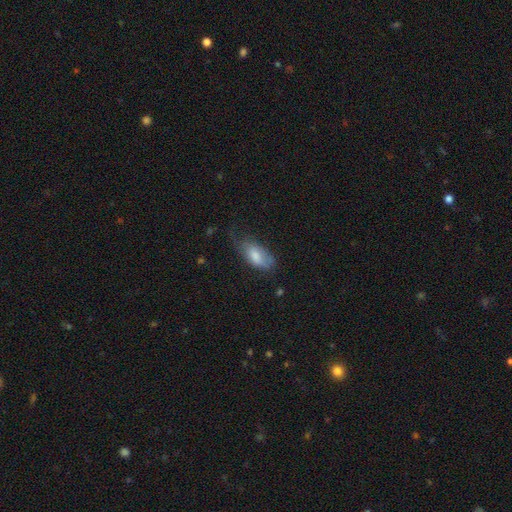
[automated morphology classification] This appears to be a smooth galaxy with no disk features (75%) that is in between round and cigar-shaped (91%). Merging: none (41%).